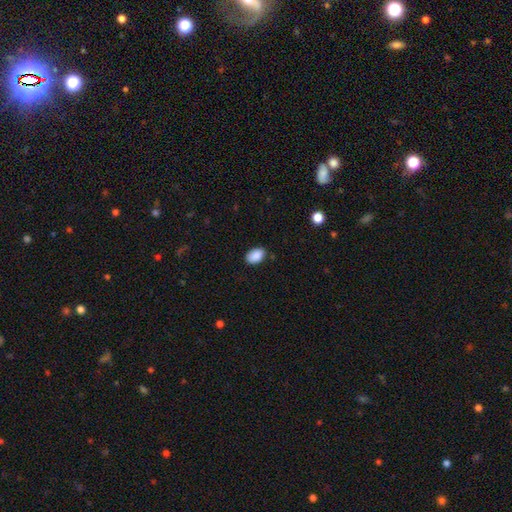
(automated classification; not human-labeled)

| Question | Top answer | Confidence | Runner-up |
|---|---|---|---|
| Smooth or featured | smooth | 89% | star or artifact (7%) |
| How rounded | in between | 89% | round (10%) |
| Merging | none | 83% | minor disturbance (13%) |